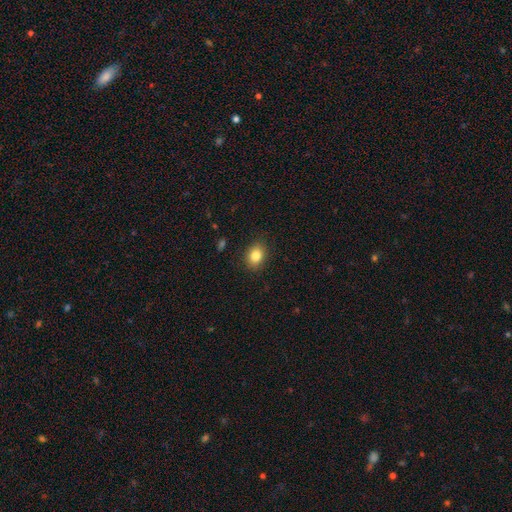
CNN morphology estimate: Q: Smooth or featured?
A: smooth (84%); runner-up: star or artifact (9%)
Q: How rounded?
A: in between (64%); runner-up: round (35%)
Q: Merging?
A: none (88%); runner-up: minor disturbance (9%)